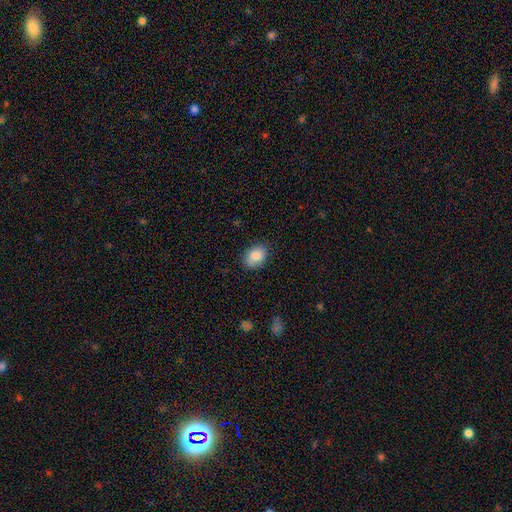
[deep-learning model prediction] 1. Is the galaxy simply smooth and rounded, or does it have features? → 85% smooth, 8% featured or disk, 7% star or artifact.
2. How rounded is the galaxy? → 74% in between, 25% round, 1% cigar-shaped.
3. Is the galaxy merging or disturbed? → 84% none, 13% minor disturbance, 3% major disturbance, 1% merger.